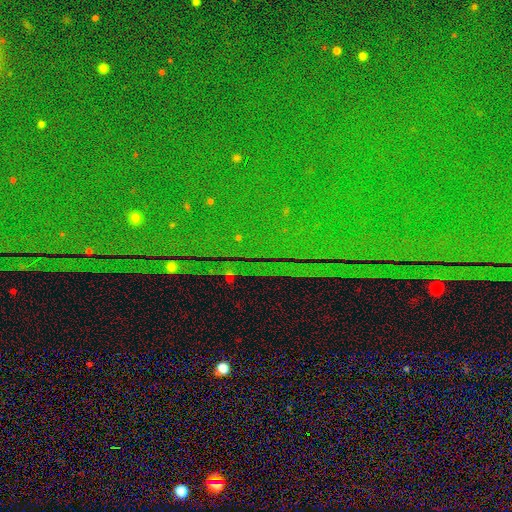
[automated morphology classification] Smooth or featured?
  - star or artifact: 87% *
  - featured or disk: 7%
  - smooth: 6%